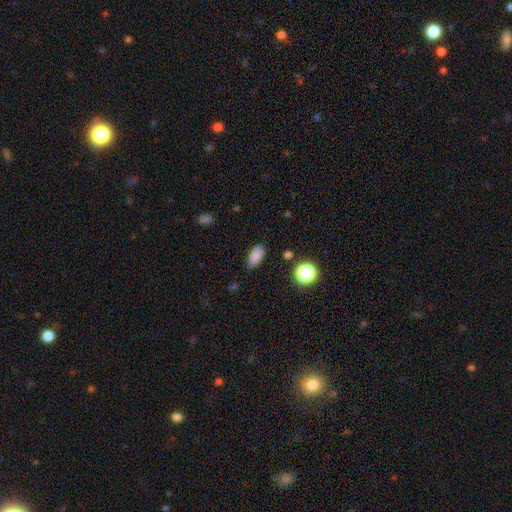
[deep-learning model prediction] smooth 84%, star or artifact 11%, featured or disk 5%. Down the decision tree: how rounded — in between (89%); merging — none (81%).